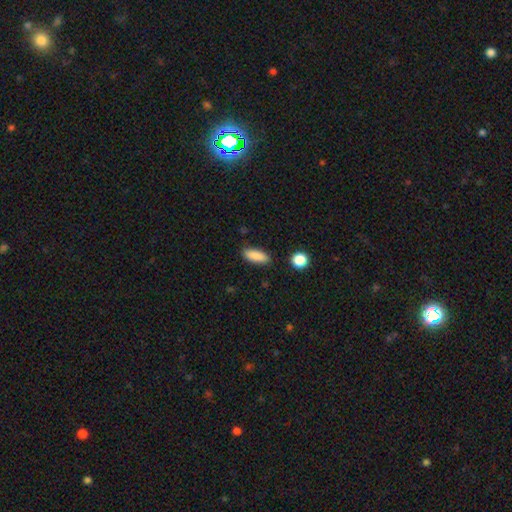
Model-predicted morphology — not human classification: Overall: smooth (87%). How rounded: in between (71%). Merging: none (84%).